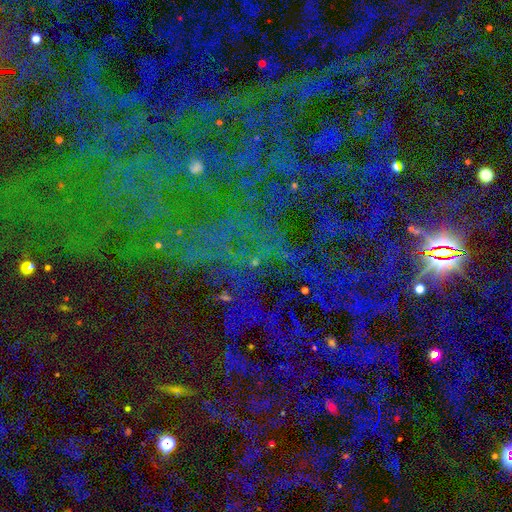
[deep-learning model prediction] Smooth or featured?
  - star or artifact: 80% *
  - smooth: 11%
  - featured or disk: 9%